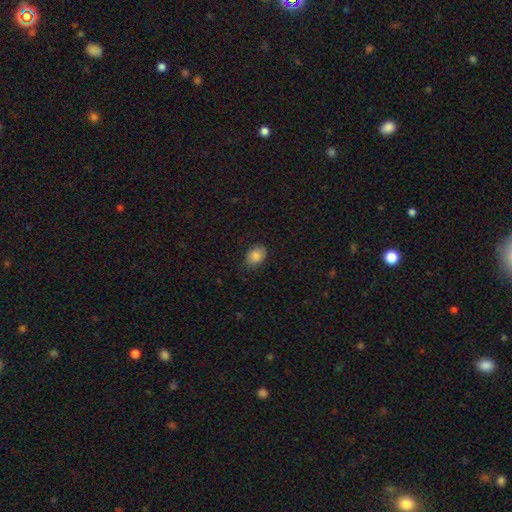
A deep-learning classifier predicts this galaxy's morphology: This appears to be a smooth galaxy with no disk features (86%) that is in between round and cigar-shaped (68%). Merging: none (78%).